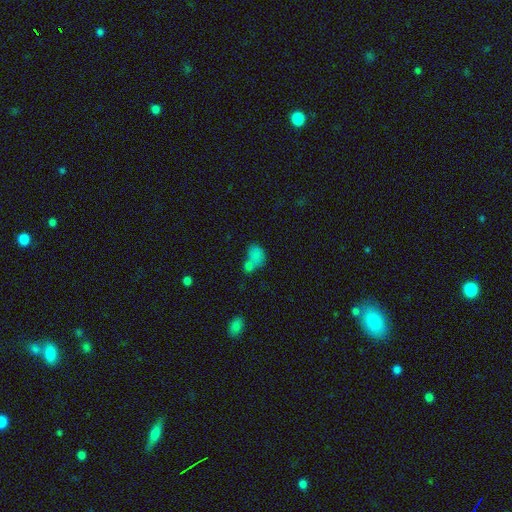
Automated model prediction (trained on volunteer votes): Smooth or featured? Predicted: smooth (p=0.76). How rounded? Predicted: in between (p=0.64). Merging? Predicted: merger (p=0.55).